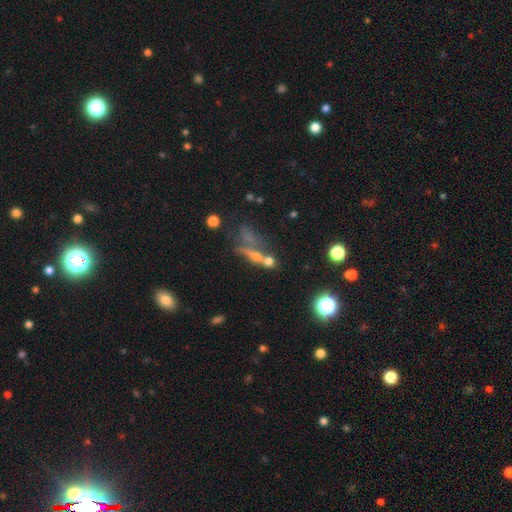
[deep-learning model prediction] Smooth or featured? Predicted: smooth (p=0.40). Merging? Predicted: none (p=0.39).